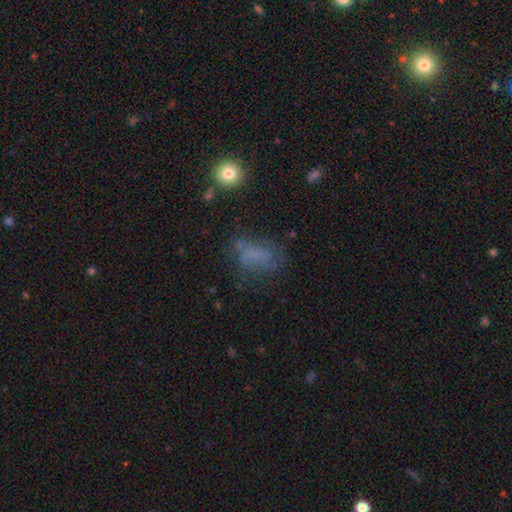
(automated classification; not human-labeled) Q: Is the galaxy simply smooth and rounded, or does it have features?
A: smooth — 50%.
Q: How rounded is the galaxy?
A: in between — 76%.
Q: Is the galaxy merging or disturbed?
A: none — 45%.